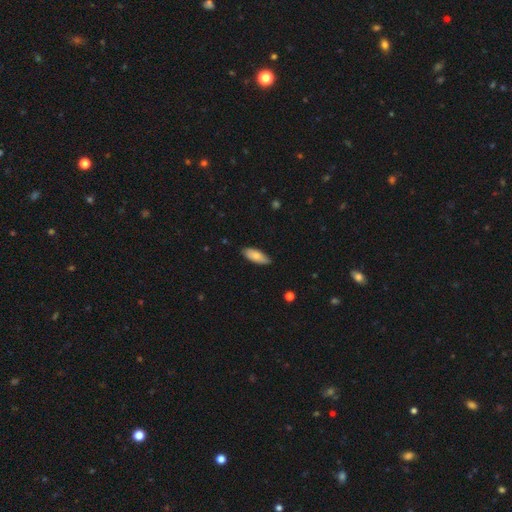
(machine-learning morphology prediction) A smooth galaxy with no disk features (77%) that is in between round and cigar-shaped (77%).

Vote fractions:
- Smooth or featured? smooth: 77% / featured or disk: 17% / star or artifact: 6%
- How rounded? in between: 77% / cigar-shaped: 21% / round: 2%
- Merging? none: 81% / minor disturbance: 16% / major disturbance: 2% / merger: 1%